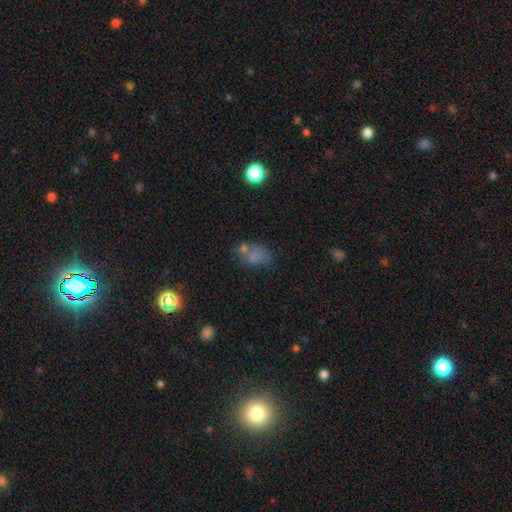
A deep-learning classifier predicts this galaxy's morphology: A smooth galaxy with no disk features (62%) that is in between round and cigar-shaped (75%). Merging: none (40%).